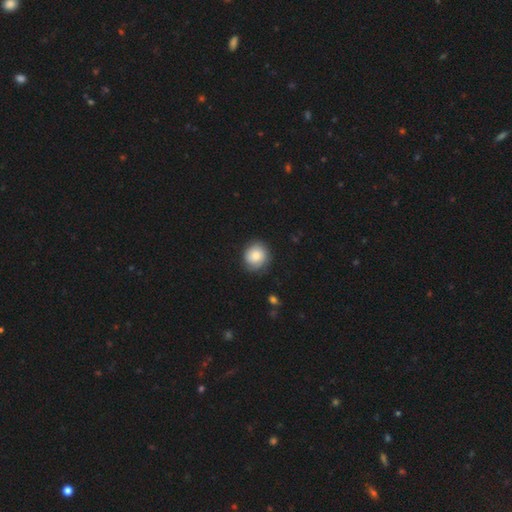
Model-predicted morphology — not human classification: Smooth or featured? Predicted: smooth (p=0.79). How rounded? Predicted: round (p=0.82). Merging? Predicted: none (p=0.78).